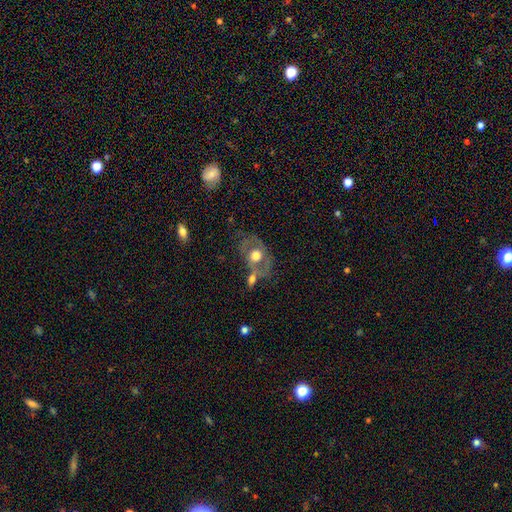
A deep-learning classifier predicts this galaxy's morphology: Overall: featured or disk (52%; smooth 40%). Edge-on disk: no (90%). Merging: none (46%; merger 21%).